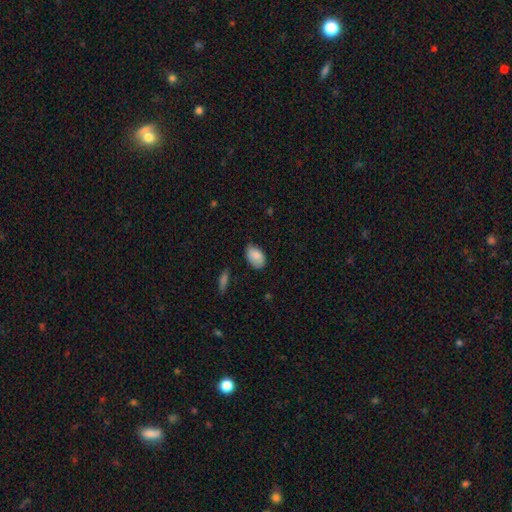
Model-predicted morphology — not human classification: A smooth galaxy with no disk features (86%) that is in between round and cigar-shaped (91%). Merging: none (68%).